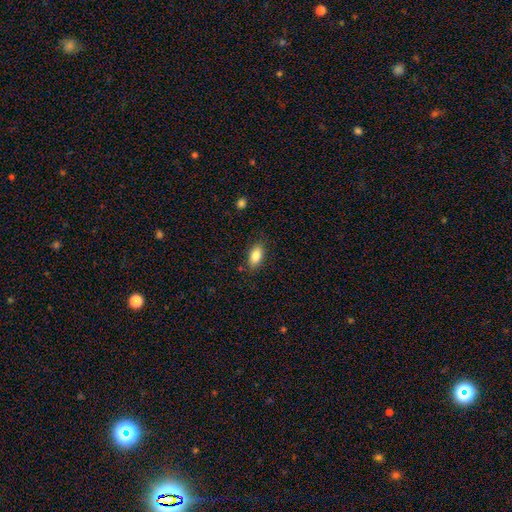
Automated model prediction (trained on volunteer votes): Morphology: type=smooth (85%); roundness=in between (90%); merging=none (83%).